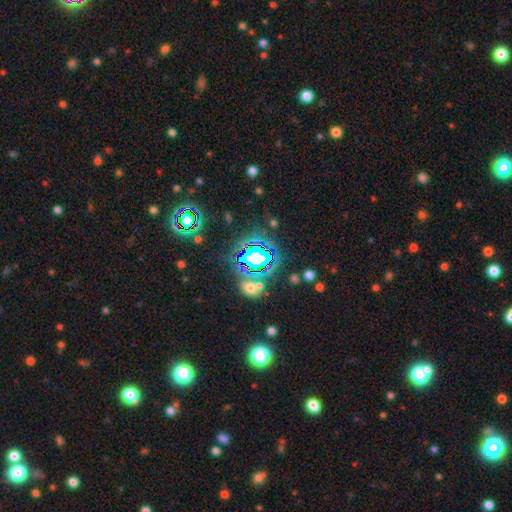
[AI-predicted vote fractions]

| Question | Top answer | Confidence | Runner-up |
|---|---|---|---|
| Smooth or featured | star or artifact | 69% | smooth (19%) |